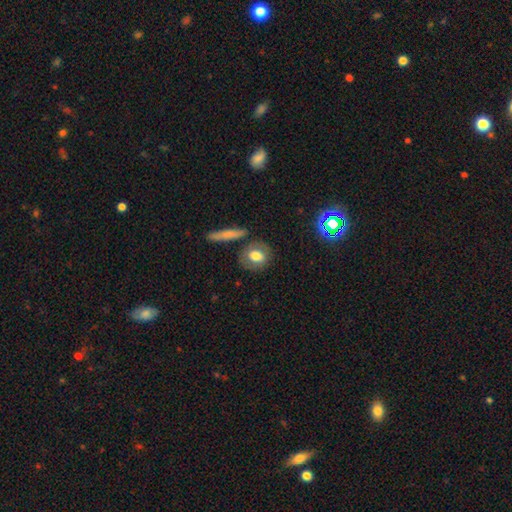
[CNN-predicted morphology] Smooth or featured?
  - smooth: 69% *
  - featured or disk: 22%
  - star or artifact: 9%
How rounded?
  - round: 49% *
  - in between: 47%
  - cigar-shaped: 4%
Merging?
  - none: 75% *
  - minor disturbance: 13%
  - merger: 7%
  - major disturbance: 4%